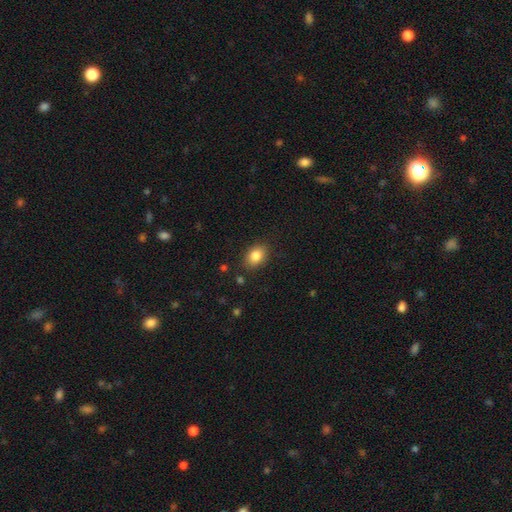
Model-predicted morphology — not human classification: smooth 84%, star or artifact 9%, featured or disk 7%. Down the decision tree: how rounded — in between (72%); merging — none (85%).